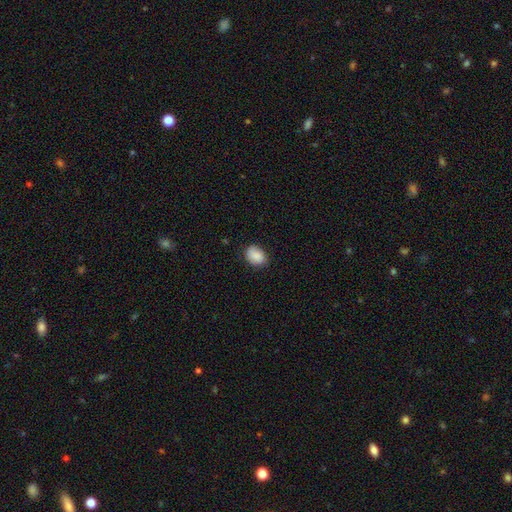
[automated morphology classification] smooth 88%, star or artifact 7%, featured or disk 5%. Down the decision tree: how rounded — in between (68%); merging — none (78%).